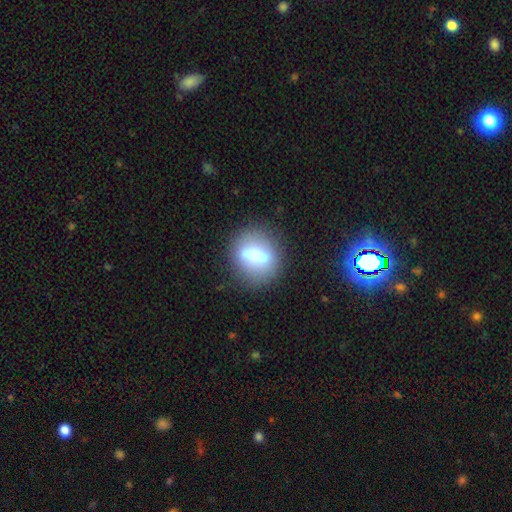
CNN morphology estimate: A smooth galaxy with no disk features (61%) that is round (62%).

Vote fractions:
- Smooth or featured? smooth: 61% / featured or disk: 29% / star or artifact: 10%
- How rounded? round: 62% / in between: 31% / cigar-shaped: 7%
- Merging? none: 72% / minor disturbance: 15% / major disturbance: 8% / merger: 4%